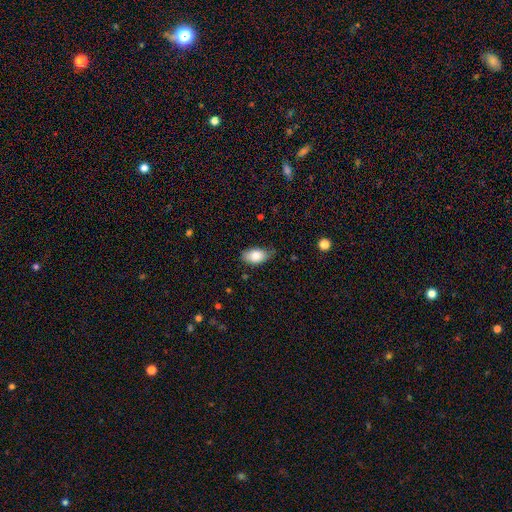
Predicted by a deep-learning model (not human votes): Smooth or featured: smooth — 82% (featured or disk — 11%)
How rounded: in between — 93% (round — 5%)
Merging: none — 68% (minor disturbance — 26%)